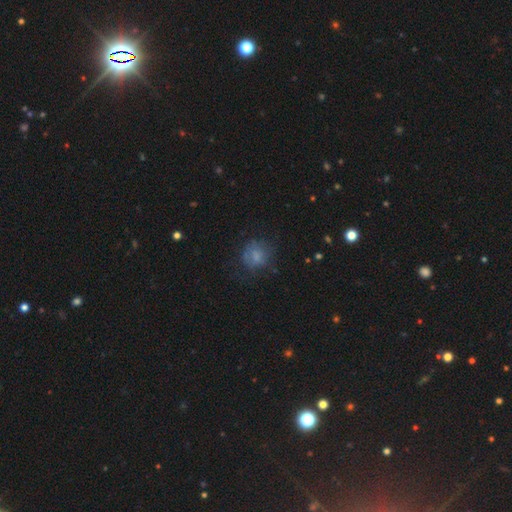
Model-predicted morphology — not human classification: smooth-or-featured: smooth: 67% | featured or disk: 20% | star or artifact: 13%
  how-rounded: round: 77% | in between: 22% | cigar-shaped: 1%
  merging: none: 60% | minor disturbance: 22% | major disturbance: 16% | merger: 2%